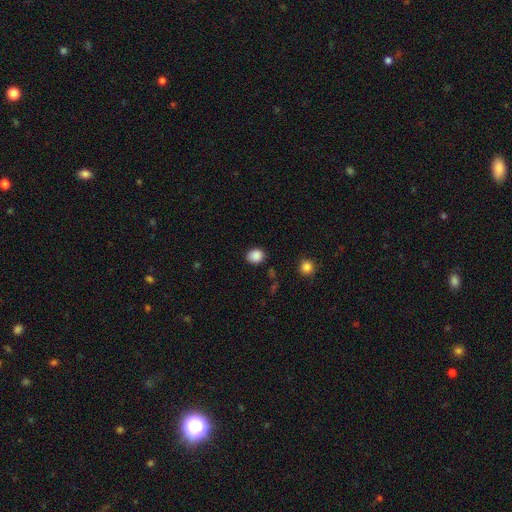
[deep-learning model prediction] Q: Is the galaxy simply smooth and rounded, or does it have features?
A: smooth — 87%.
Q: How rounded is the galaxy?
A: round — 67%.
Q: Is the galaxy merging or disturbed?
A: none — 86%.